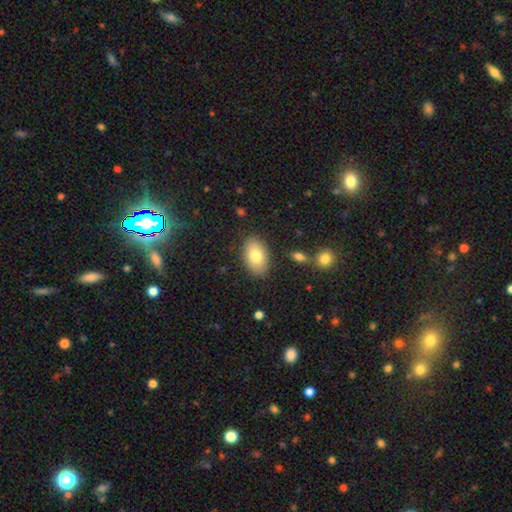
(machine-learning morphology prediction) A smooth galaxy with no disk features (79%) that is in between round and cigar-shaped (91%). Merging: none (85%).